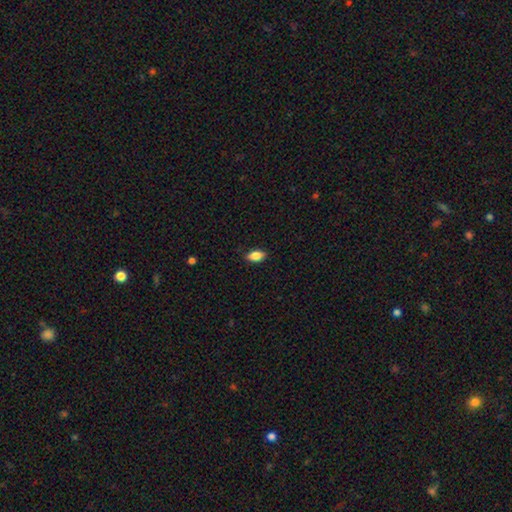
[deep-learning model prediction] Q: Smooth or featured?
A: smooth (86%); runner-up: star or artifact (8%)
Q: How rounded?
A: in between (91%); runner-up: cigar-shaped (5%)
Q: Merging?
A: none (88%); runner-up: minor disturbance (9%)